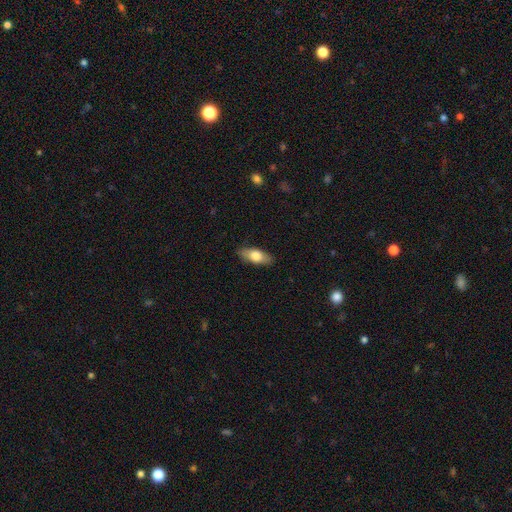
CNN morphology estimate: smooth_or_featured: smooth (p=0.72) [alt: featured or disk p=0.22]
how_rounded: in between (p=0.79) [alt: cigar-shaped p=0.18]
merging: none (p=0.87) [alt: minor disturbance p=0.10]